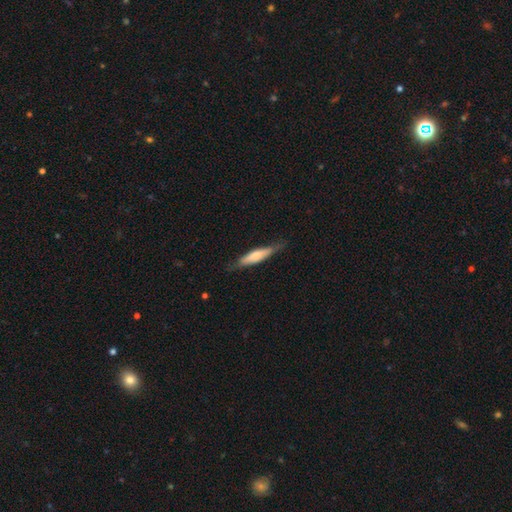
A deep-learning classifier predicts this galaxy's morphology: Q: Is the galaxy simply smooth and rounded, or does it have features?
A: smooth — 60%.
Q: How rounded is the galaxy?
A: cigar-shaped — 79%.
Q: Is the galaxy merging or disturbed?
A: none — 75%.